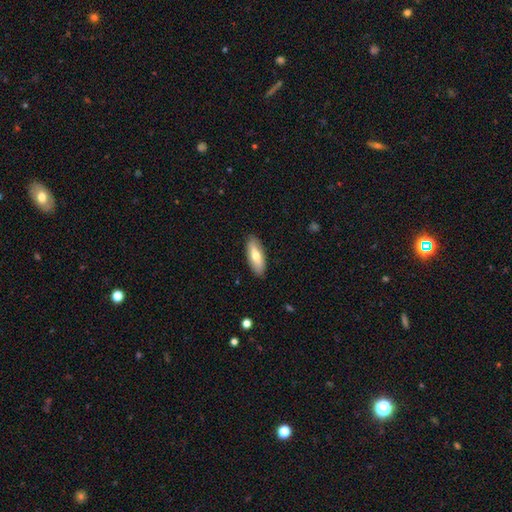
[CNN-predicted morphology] A smooth galaxy with no disk features (65%) that is in between round and cigar-shaped (72%). Merging: none (88%).